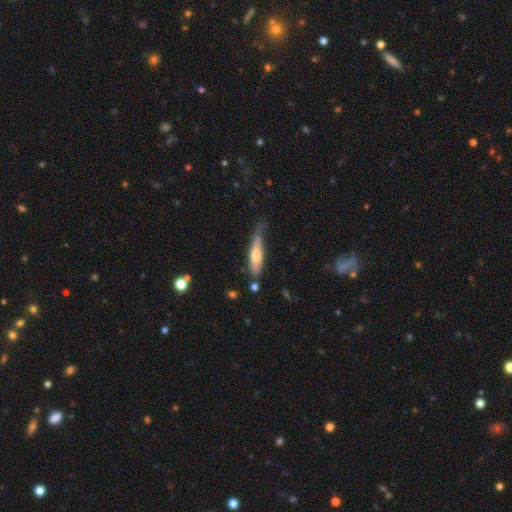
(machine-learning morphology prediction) Smooth or featured? smooth (55%)
How rounded? cigar-shaped (78%)
Merging? none (49%)